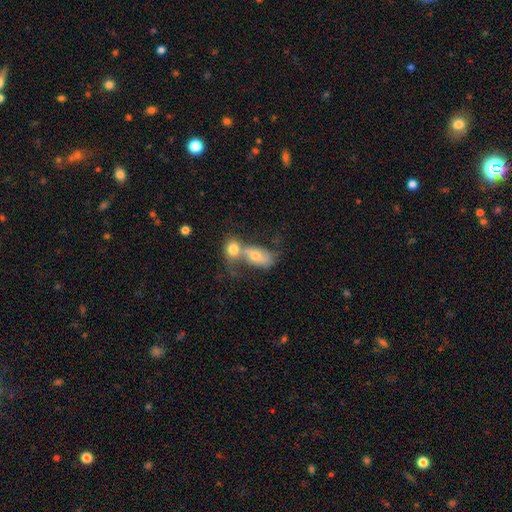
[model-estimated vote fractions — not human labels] Smooth or featured? Predicted: smooth (p=0.61). How rounded? Predicted: in between (p=0.81). Merging? Predicted: merger (p=0.70).